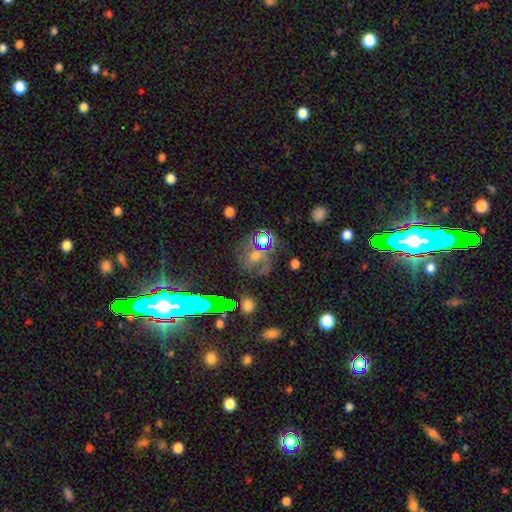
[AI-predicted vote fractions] Morphology: type=featured or disk (38%); merging=none (59%).